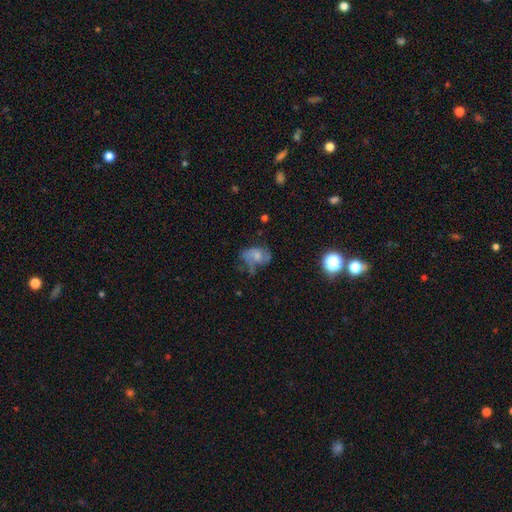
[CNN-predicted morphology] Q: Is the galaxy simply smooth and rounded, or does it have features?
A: smooth — 47%.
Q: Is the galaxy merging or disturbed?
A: none — 33%, tied with major disturbance.